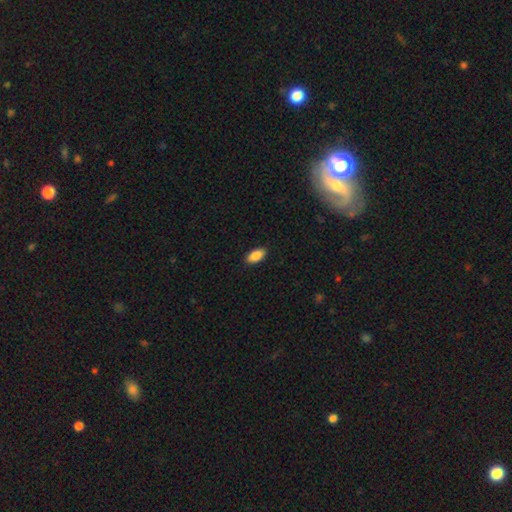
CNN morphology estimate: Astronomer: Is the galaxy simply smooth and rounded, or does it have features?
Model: smooth — 89%.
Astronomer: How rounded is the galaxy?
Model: in between — 93%.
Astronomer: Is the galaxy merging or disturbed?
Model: none — 89%.